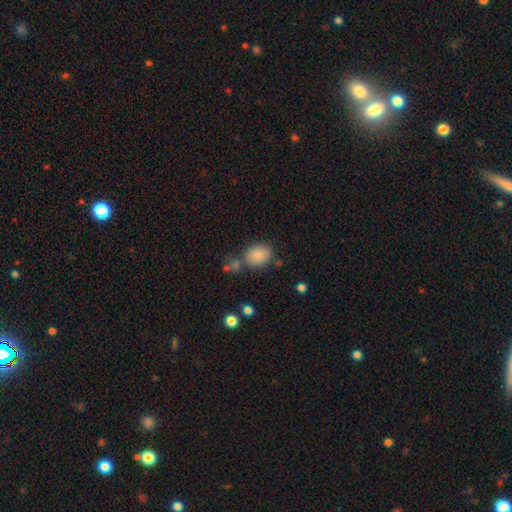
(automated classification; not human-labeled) Overall: smooth (85%). How rounded: in between (64%; round 34%). Merging: none (67%).